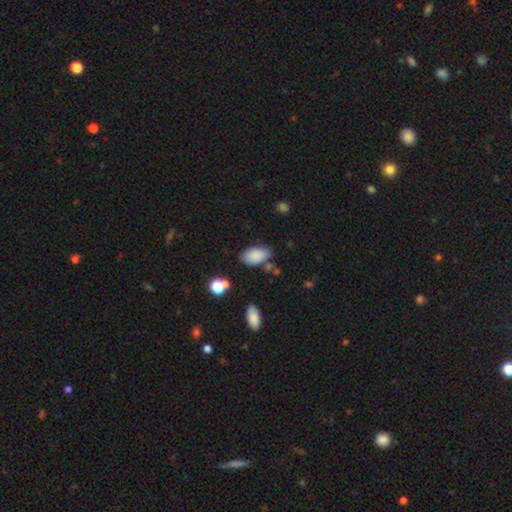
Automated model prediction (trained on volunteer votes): Overall: smooth (86%). How rounded: in between (94%). Merging: none (72%).